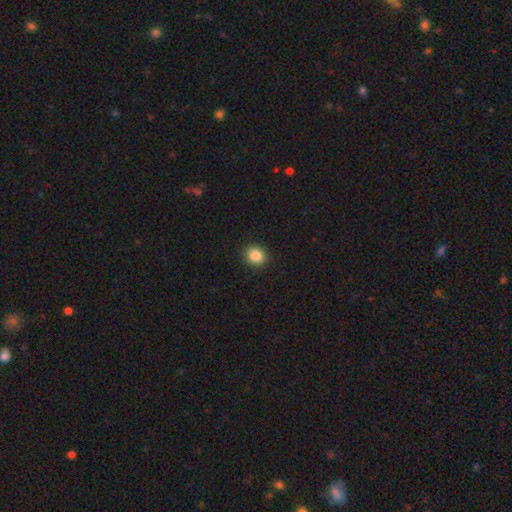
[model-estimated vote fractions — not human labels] Overall: smooth (85%). How rounded: round (72%). Merging: none (91%).